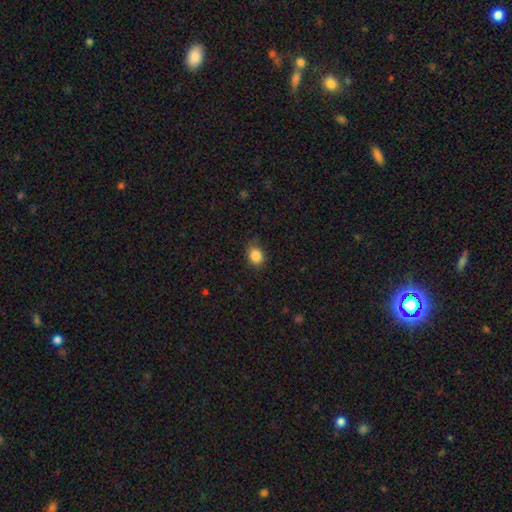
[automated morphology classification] Q: Smooth or featured?
A: smooth (86%); runner-up: star or artifact (9%)
Q: How rounded?
A: in between (56%); runner-up: round (43%)
Q: Merging?
A: none (77%); runner-up: minor disturbance (18%)